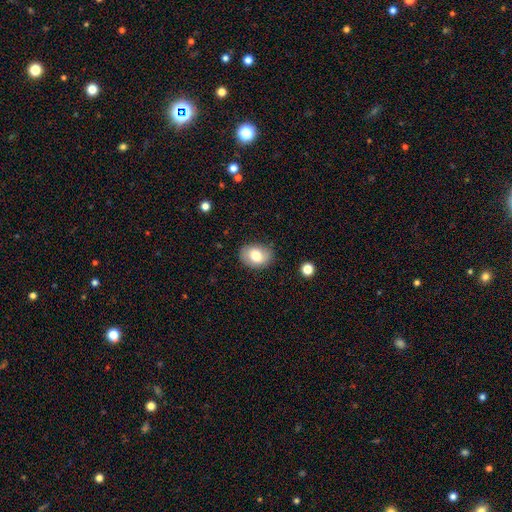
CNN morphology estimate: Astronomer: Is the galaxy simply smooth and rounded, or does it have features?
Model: smooth — 76%.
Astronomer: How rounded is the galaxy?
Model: in between — 64%.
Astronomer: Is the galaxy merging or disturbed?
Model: none — 79%.